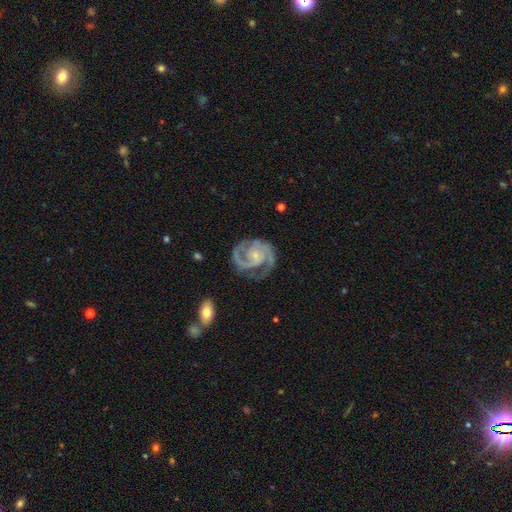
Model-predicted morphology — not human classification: type=featured or disk (91%); edge-on=no (98%); bar=no (61%); spiral arms=yes (98%); winding=medium (48%); arm count=2 (85%); bulge=small (68%); merging=none (71%).